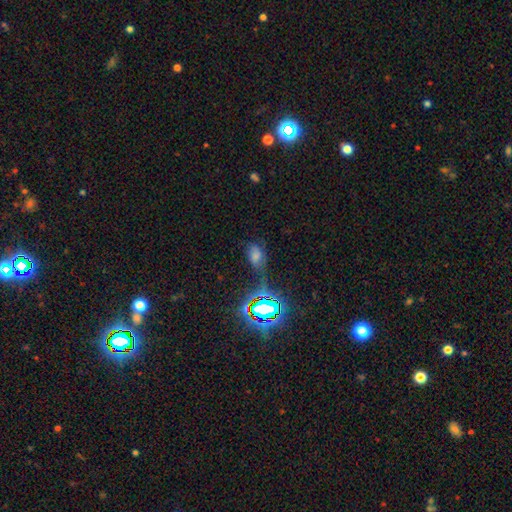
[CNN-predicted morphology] The model was most divided on "smooth or featured": star or artifact: 46%, smooth: 40%, featured or disk: 13%.